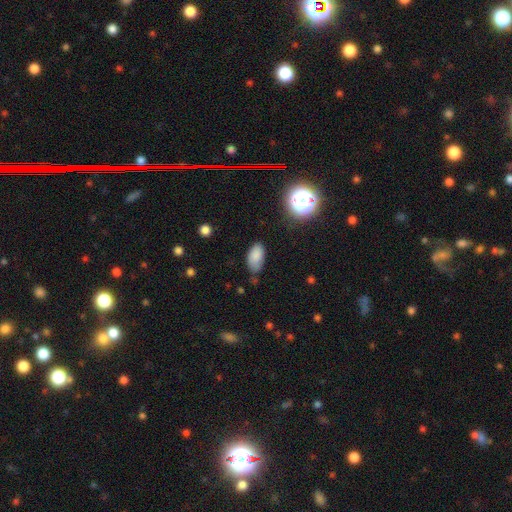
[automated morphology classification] smooth-or-featured: smooth: 83% | star or artifact: 10% | featured or disk: 7%
  how-rounded: in between: 93% | round: 4% | cigar-shaped: 3%
  merging: none: 64% | minor disturbance: 27% | major disturbance: 6% | merger: 3%